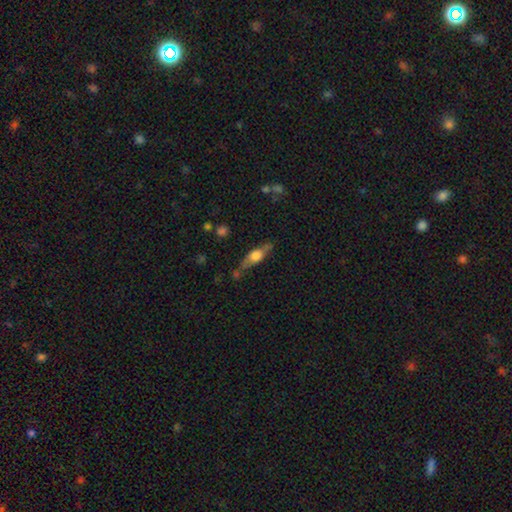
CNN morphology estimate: This is possibly a featured or disk galaxy (47%). Merging: likely none (68%).